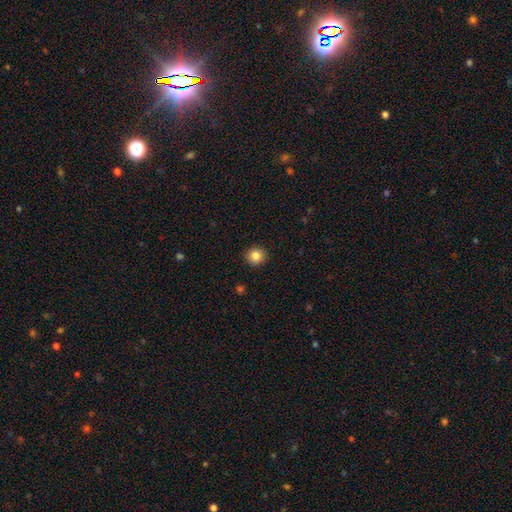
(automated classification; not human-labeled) Smooth or featured? smooth (85%)
How rounded? round (91%)
Merging? none (92%)